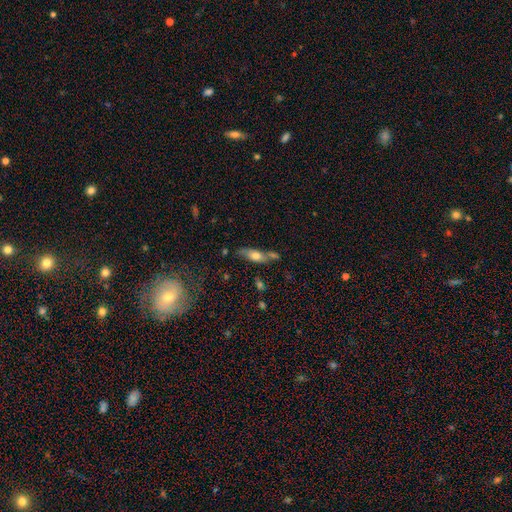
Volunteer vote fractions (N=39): Smooth or featured? 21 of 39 (54%) said smooth. How rounded? 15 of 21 (71%) said in between. Merging? 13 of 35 (37%) said merger.